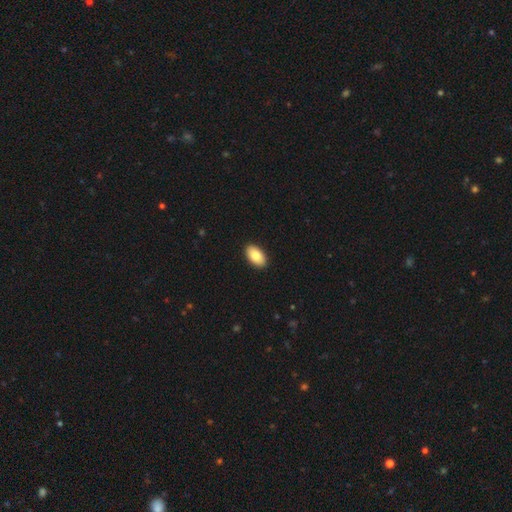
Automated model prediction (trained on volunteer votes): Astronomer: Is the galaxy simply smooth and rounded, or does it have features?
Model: smooth — 85%.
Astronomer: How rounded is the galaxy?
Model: in between — 95%.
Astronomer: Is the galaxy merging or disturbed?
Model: none — 91%.